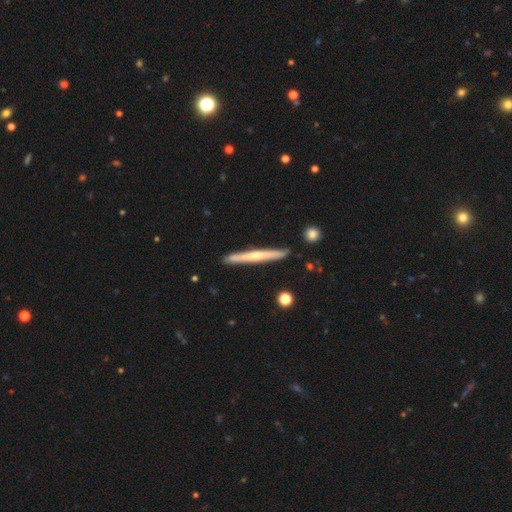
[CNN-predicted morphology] This appears to be a featured or disk galaxy (59%) viewed edge-on (97%) with a rounded central bulge (53%). Merging: none (89%).